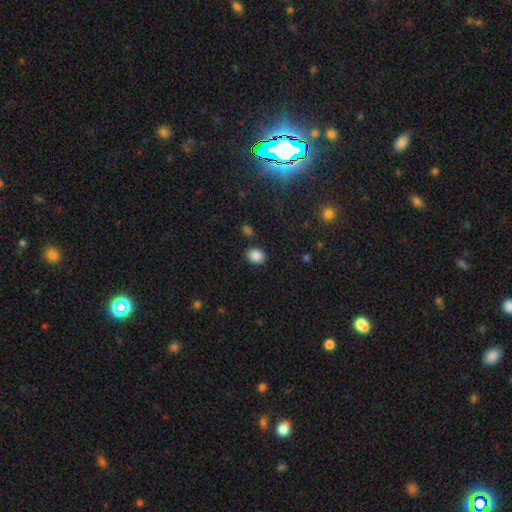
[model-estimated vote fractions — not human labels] Smooth or featured? smooth (86%)
How rounded? round (62%)
Merging? none (86%)